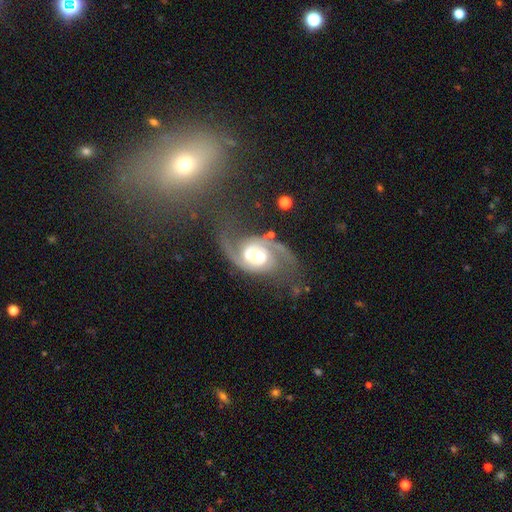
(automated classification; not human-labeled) Morphology: type=featured or disk (90%); edge-on=no (98%); bar=weak (45%); spiral arms=yes (98%); winding=medium (53%); arm count=2 (90%); bulge=moderate (44%); merging=none (56%).